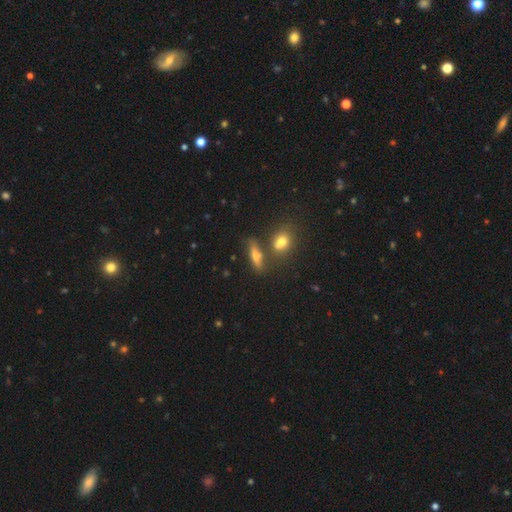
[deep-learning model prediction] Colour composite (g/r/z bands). It shows a smooth galaxy with no disk features (53%) that is cigar-shaped (54%). Merging: none (65%).